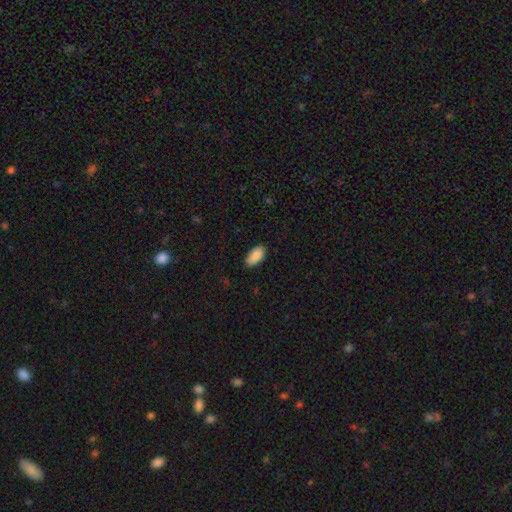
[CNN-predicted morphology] smooth 90%, star or artifact 6%, featured or disk 4%. Down the decision tree: how rounded — in between (92%); merging — none (84%).